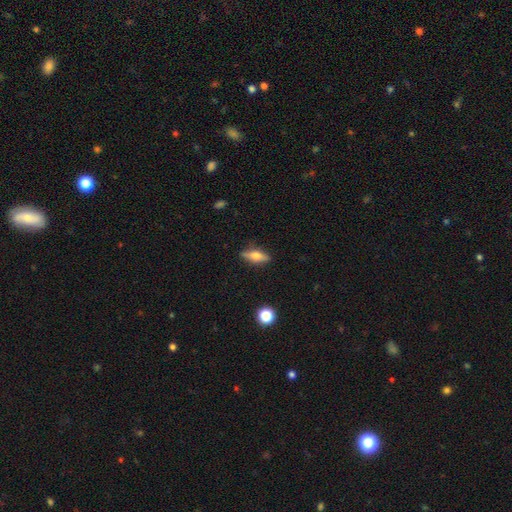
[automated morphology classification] Smooth or featured?
  - smooth: 50% *
  - featured or disk: 43%
  - star or artifact: 8%
Merging?
  - none: 85% *
  - minor disturbance: 11%
  - major disturbance: 2%
  - merger: 1%